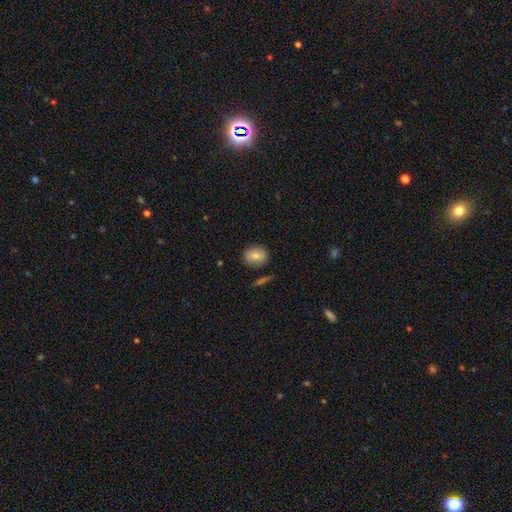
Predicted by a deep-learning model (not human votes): smooth-or-featured: smooth: 73% | featured or disk: 18% | star or artifact: 9%
  how-rounded: round: 56% | in between: 42% | cigar-shaped: 2%
  merging: none: 81% | minor disturbance: 13% | merger: 3% | major disturbance: 3%